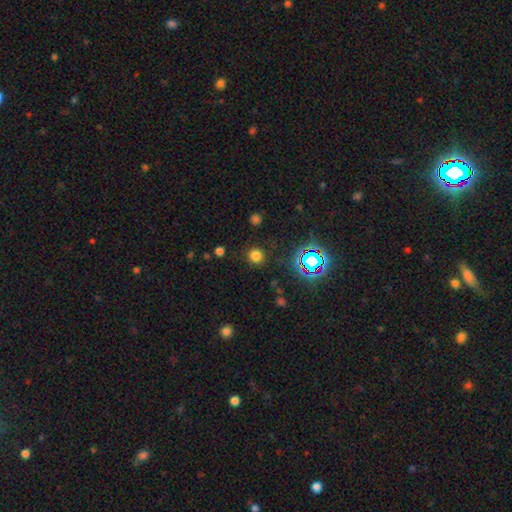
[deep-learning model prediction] This is likely a smooth galaxy (72%). How rounded: clearly round (92%). Merging: clearly none (87%).